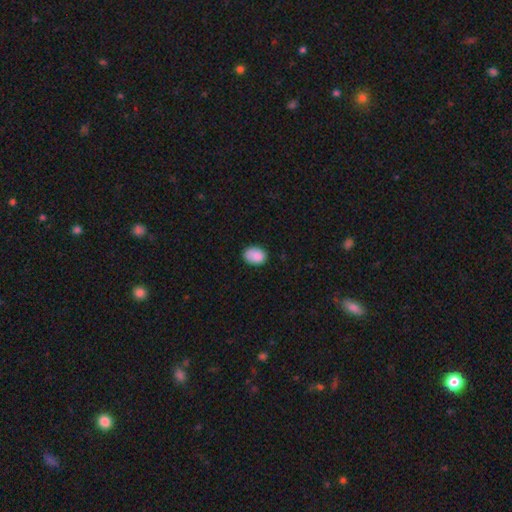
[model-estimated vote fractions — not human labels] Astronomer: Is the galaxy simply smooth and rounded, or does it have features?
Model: smooth — 88%.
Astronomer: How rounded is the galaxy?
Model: in between — 67%.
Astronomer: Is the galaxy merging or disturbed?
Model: none — 77%.